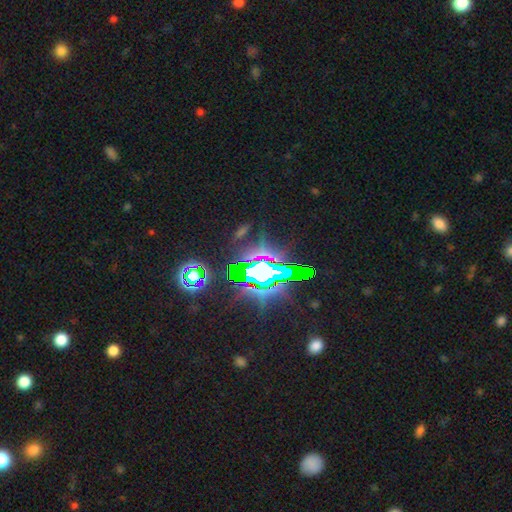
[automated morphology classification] This is likely a star or artifact rather than a galaxy (74%).